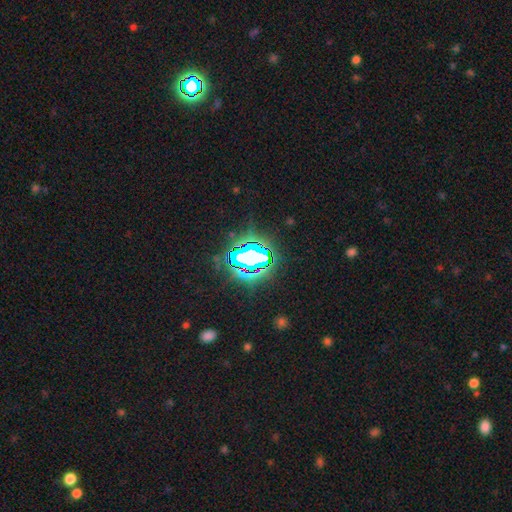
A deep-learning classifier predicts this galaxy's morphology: Q: Smooth or featured?
A: star or artifact (76%); runner-up: smooth (13%)